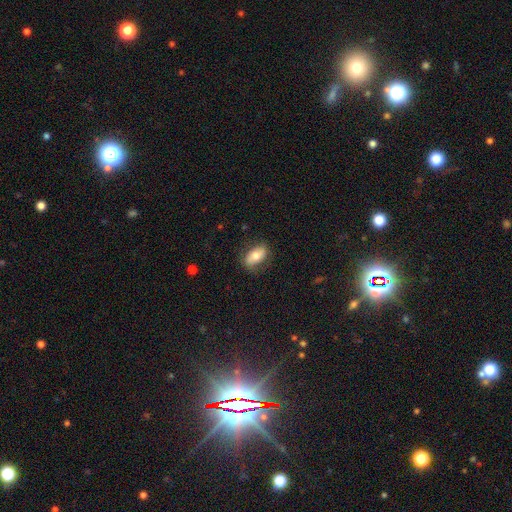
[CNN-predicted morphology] A smooth galaxy with no disk features (65%) that is in between round and cigar-shaped (89%).

Vote fractions:
- Smooth or featured? smooth: 65% / featured or disk: 28% / star or artifact: 7%
- How rounded? in between: 89% / round: 7% / cigar-shaped: 3%
- Merging? none: 75% / minor disturbance: 18% / major disturbance: 6% / merger: 1%